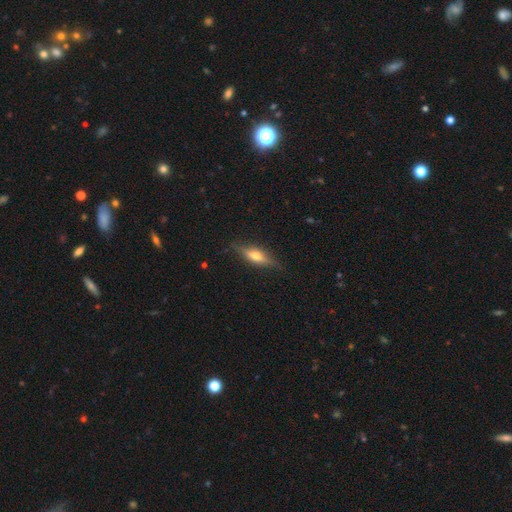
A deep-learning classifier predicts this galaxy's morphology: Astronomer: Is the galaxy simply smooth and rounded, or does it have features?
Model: featured or disk — 56% (runner-up: smooth, 37%).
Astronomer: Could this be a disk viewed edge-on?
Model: yes — 92%.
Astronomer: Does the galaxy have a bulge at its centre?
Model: rounded — 90%.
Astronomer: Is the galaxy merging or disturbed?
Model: none — 83%.